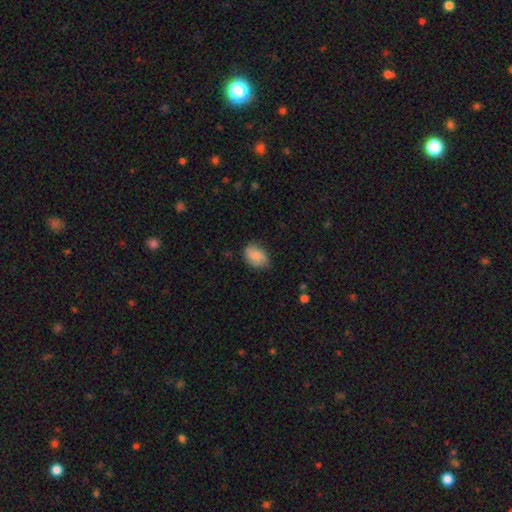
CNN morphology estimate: smooth_or_featured: smooth (p=0.79) [alt: featured or disk p=0.14]
how_rounded: in between (p=0.76) [alt: round p=0.23]
merging: none (p=0.73) [alt: minor disturbance p=0.21]